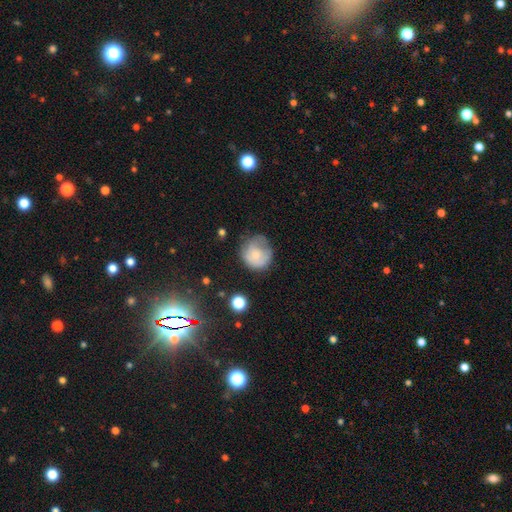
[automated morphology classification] The model was most divided on "merging": none: 50%, minor disturbance: 31%, major disturbance: 17%, merger: 2%. More confident: how rounded — round (82%); smooth or featured — smooth (67%).